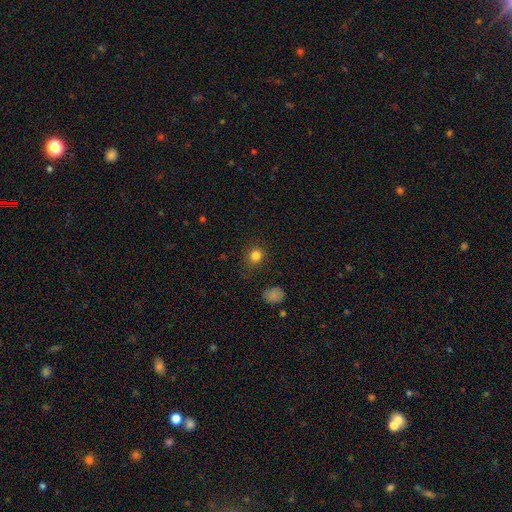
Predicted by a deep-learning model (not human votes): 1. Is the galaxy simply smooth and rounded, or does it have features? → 81% smooth, 14% star or artifact, 5% featured or disk.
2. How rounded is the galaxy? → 85% round, 14% in between, 1% cigar-shaped.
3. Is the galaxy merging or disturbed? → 83% none, 11% minor disturbance, 4% major disturbance, 2% merger.